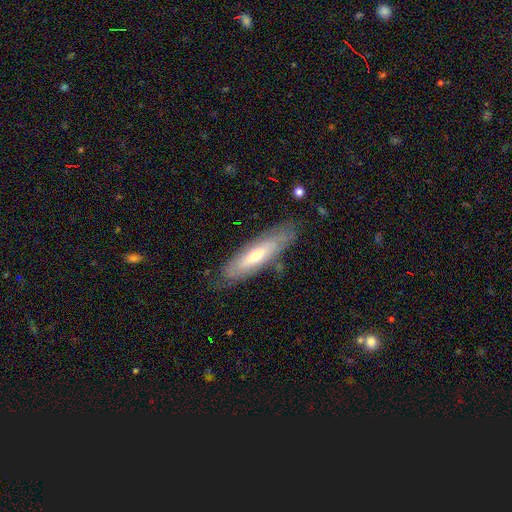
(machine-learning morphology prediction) Smooth or featured: featured or disk — 49% (smooth — 44%)
Merging: none — 78% (minor disturbance — 16%)